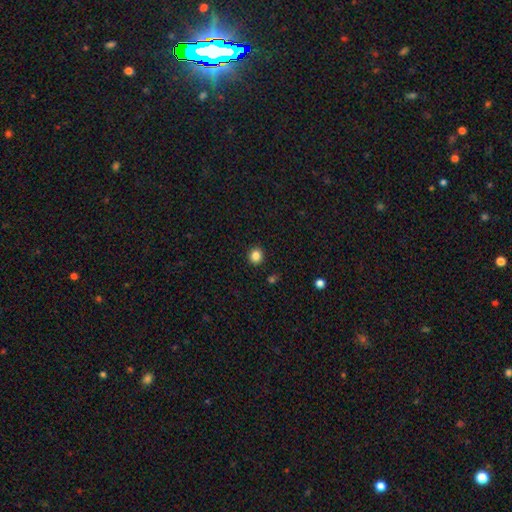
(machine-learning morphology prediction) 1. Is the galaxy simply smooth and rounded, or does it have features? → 85% smooth, 11% star or artifact, 4% featured or disk.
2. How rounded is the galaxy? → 86% round, 13% in between, 1% cigar-shaped.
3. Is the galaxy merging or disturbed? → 91% none, 6% minor disturbance, 2% major disturbance, 1% merger.